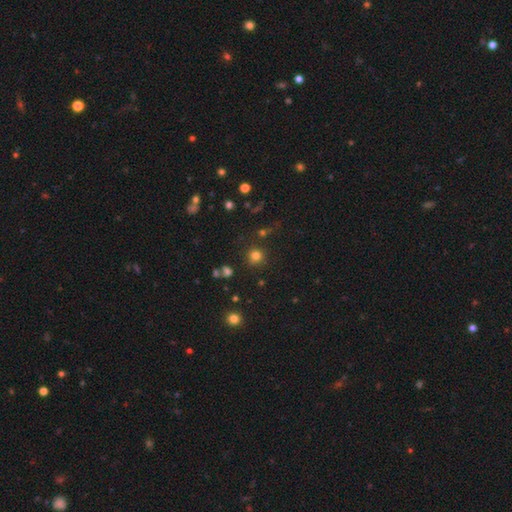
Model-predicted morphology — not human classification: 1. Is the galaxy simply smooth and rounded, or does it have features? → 76% smooth, 18% star or artifact, 6% featured or disk.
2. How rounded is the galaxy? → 90% round, 9% in between, 1% cigar-shaped.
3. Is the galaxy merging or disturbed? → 82% none, 10% minor disturbance, 5% merger, 4% major disturbance.